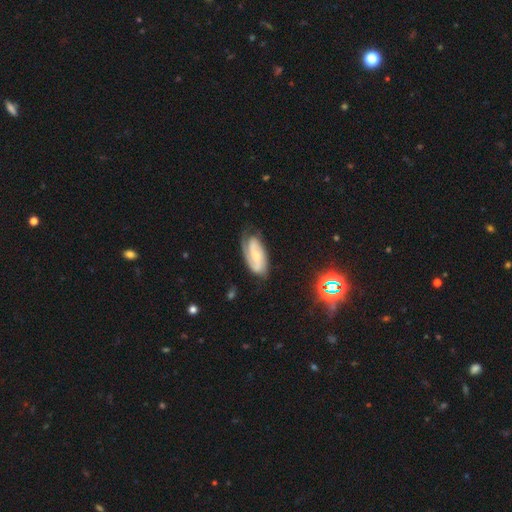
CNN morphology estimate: Smooth or featured? featured or disk (76%)
Edge-on disk? no (94%)
Bar? weak (39%)
Spiral arms? yes (95%)
Spiral winding? tight (42%)
Spiral arm count? 2 (71%)
Bulge size? small (49%)
Merging? none (67%)